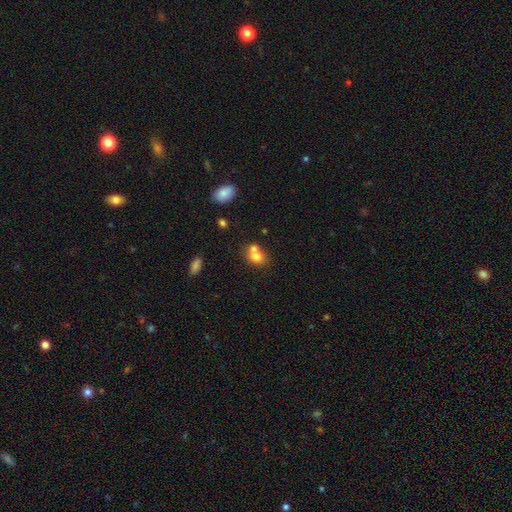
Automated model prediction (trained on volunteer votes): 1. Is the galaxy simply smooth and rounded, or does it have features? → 75% smooth, 14% featured or disk, 11% star or artifact.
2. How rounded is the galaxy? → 57% round, 42% in between, 1% cigar-shaped.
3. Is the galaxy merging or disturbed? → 56% merger, 33% none, 8% minor disturbance, 3% major disturbance.